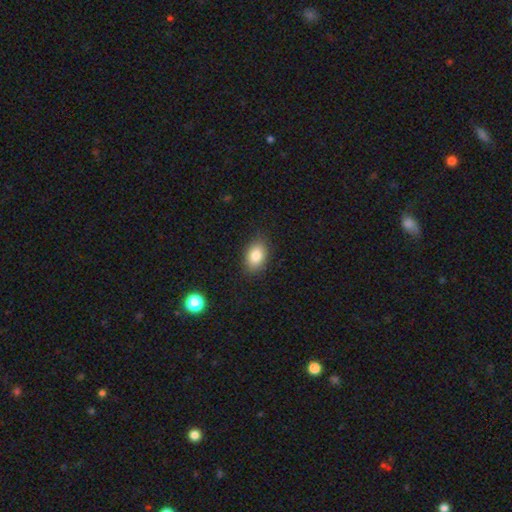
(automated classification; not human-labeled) Smooth or featured? smooth (85%)
How rounded? in between (85%)
Merging? none (85%)